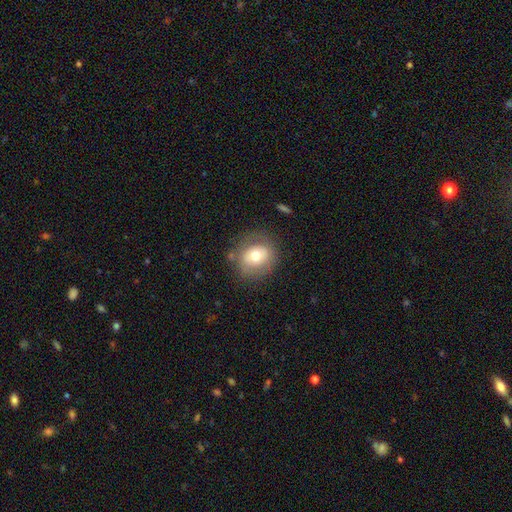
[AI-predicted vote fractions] Smooth or featured? smooth (63%)
How rounded? round (73%)
Merging? none (74%)